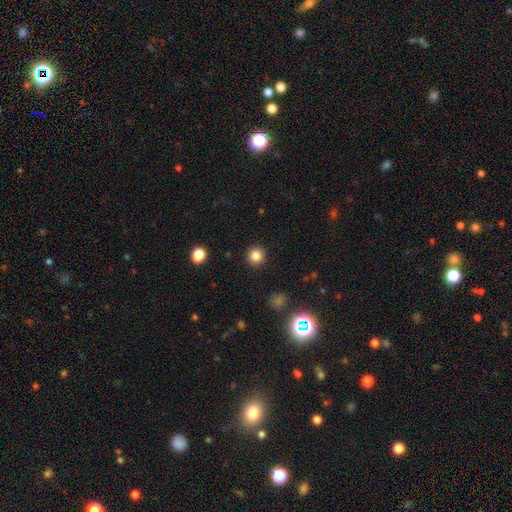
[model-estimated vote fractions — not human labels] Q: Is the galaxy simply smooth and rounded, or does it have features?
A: smooth — 83%.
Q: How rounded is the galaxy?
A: round — 94%.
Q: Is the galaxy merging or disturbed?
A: none — 92%.